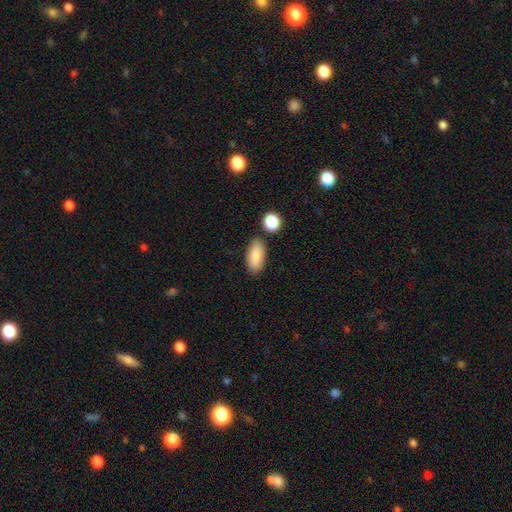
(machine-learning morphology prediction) smooth-or-featured: smooth: 86% | featured or disk: 7% | star or artifact: 7%
  how-rounded: in between: 89% | cigar-shaped: 8% | round: 3%
  merging: none: 79% | minor disturbance: 12% | merger: 6% | major disturbance: 3%